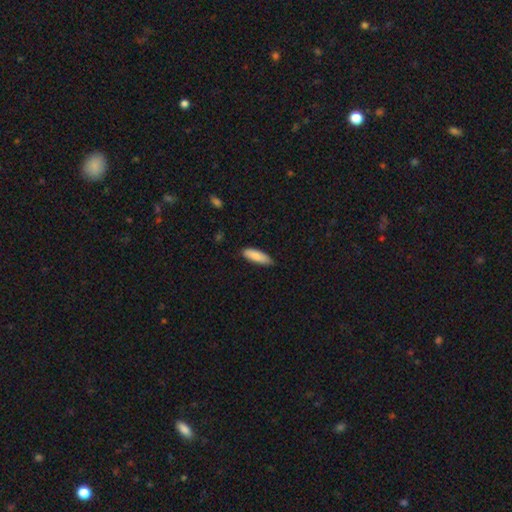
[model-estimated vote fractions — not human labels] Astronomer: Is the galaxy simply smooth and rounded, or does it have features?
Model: smooth — 86%.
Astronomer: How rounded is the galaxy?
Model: in between — 50% (runner-up: cigar-shaped, 48%).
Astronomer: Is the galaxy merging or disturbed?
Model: none — 80%.